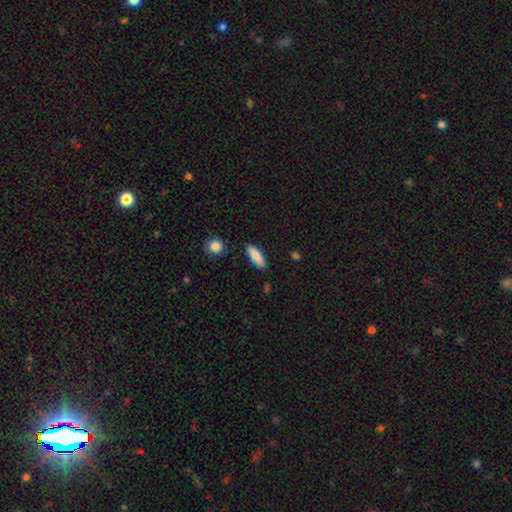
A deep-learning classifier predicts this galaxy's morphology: This appears to be a smooth galaxy with no disk features (88%) that is in between round and cigar-shaped (56%). Merging: none (87%).